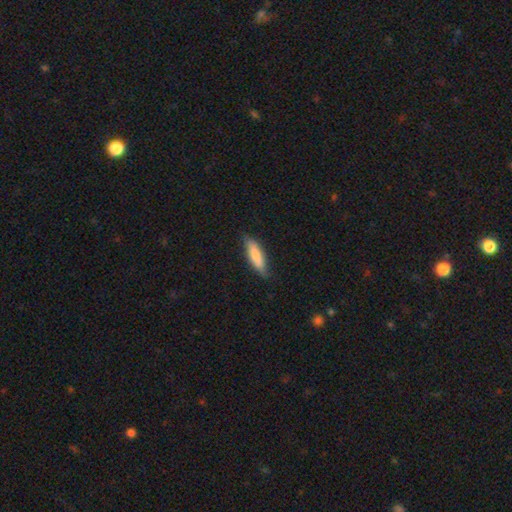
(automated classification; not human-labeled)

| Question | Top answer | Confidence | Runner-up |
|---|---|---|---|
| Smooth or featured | smooth | 78% | featured or disk (16%) |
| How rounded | cigar-shaped | 66% | in between (33%) |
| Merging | none | 76% | minor disturbance (20%) |